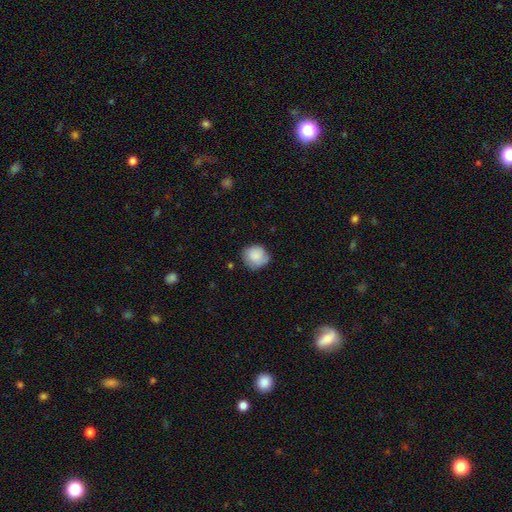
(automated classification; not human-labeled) This appears to be a smooth galaxy with no disk features (80%) that is round (84%). Merging: none (67%).